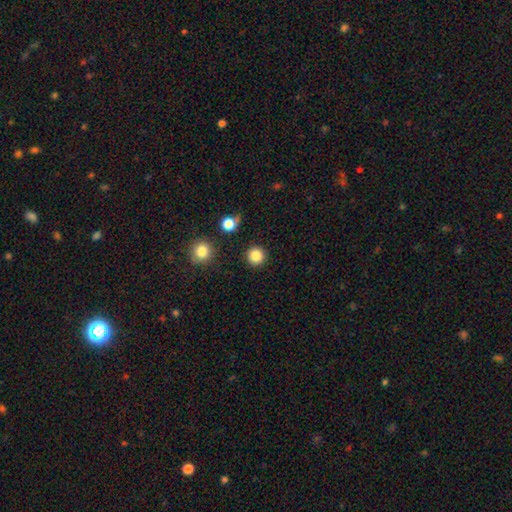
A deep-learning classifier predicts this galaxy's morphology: smooth_or_featured: smooth (p=0.85) [alt: star or artifact p=0.11]
how_rounded: round (p=0.95) [alt: in between p=0.04]
merging: none (p=0.91) [alt: minor disturbance p=0.05]